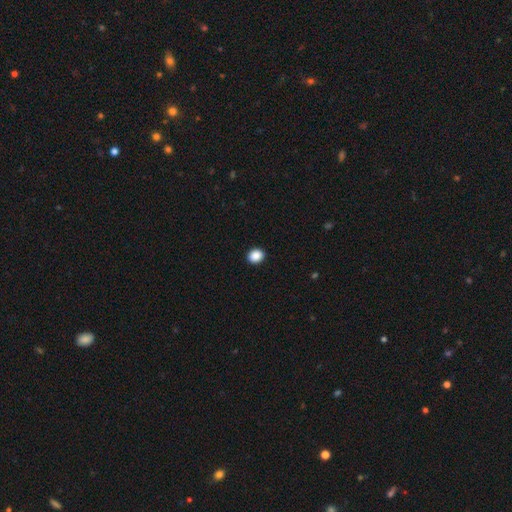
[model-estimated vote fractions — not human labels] smooth-or-featured: smooth: 88% | star or artifact: 9% | featured or disk: 3%
  how-rounded: round: 67% | in between: 33% | cigar-shaped: 1%
  merging: none: 93% | minor disturbance: 5% | major disturbance: 2% | merger: 1%